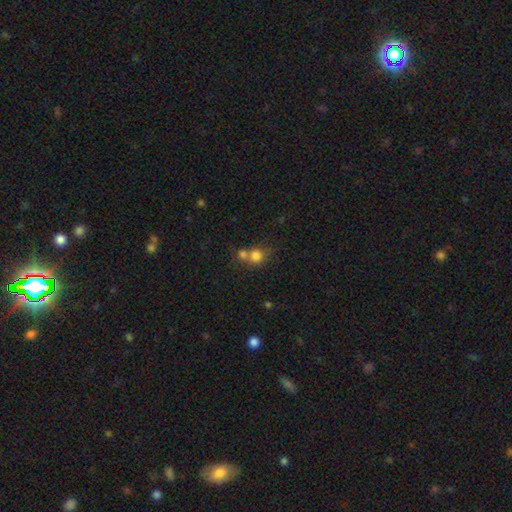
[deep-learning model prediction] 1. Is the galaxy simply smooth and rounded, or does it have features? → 78% smooth, 12% star or artifact, 10% featured or disk.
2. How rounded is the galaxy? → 82% round, 17% in between, 1% cigar-shaped.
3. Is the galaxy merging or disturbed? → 49% merger, 39% none, 8% minor disturbance, 4% major disturbance.